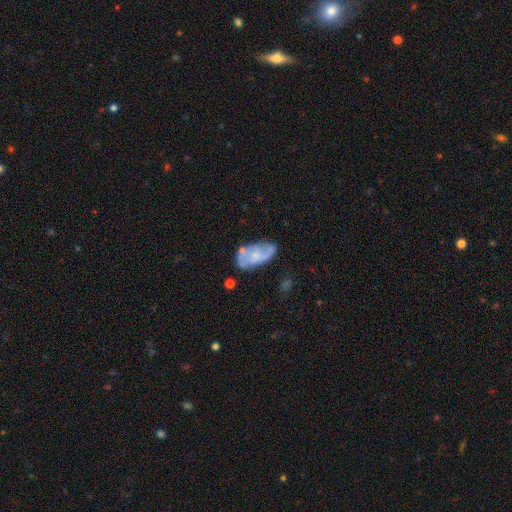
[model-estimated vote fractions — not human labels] This appears to be a featured or disk galaxy (55%) with no bar (70%), spiral arms (66%) and a small central bulge (45%). Merging: none (53%).